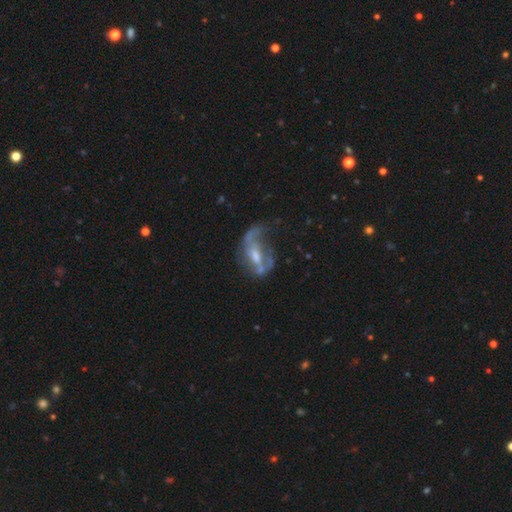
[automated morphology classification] Smooth or featured? Predicted: featured or disk (p=0.73). Edge-on disk? Predicted: no (p=0.93). Bar? Predicted: weak (p=0.42). Spiral arms? Predicted: yes (p=0.67). Bulge size? Predicted: moderate (p=0.46). Merging? Predicted: major disturbance (p=0.38).